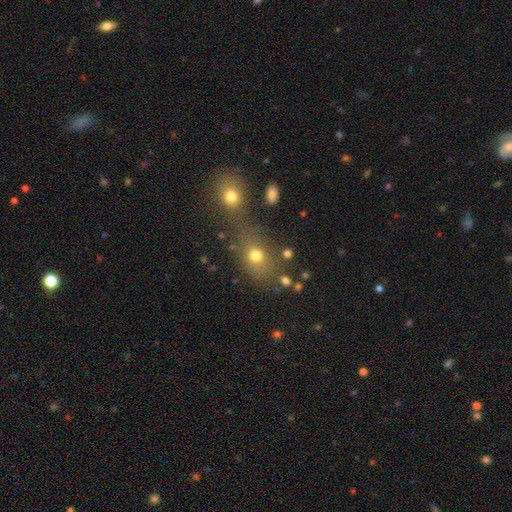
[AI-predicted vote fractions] smooth 70%, star or artifact 19%, featured or disk 11%. Down the decision tree: how rounded — round (61%); merging — none (48%).